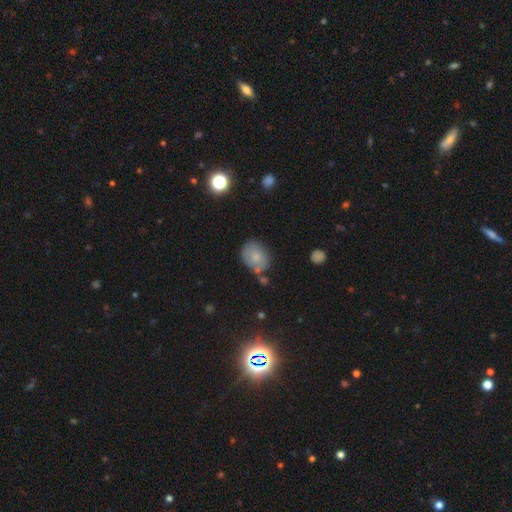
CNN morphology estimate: A smooth galaxy with no disk features (75%) that is in between round and cigar-shaped (65%). Merging: none (62%).